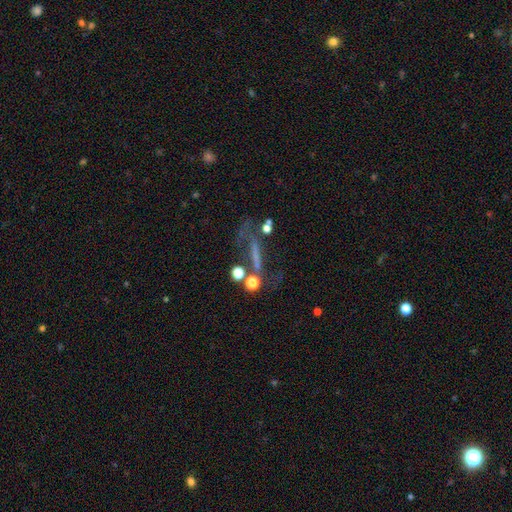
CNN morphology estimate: Smooth or featured?
  - featured or disk: 43% *
  - smooth: 29%
  - star or artifact: 29%
Merging?
  - none: 41% *
  - major disturbance: 28%
  - minor disturbance: 17%
  - merger: 14%